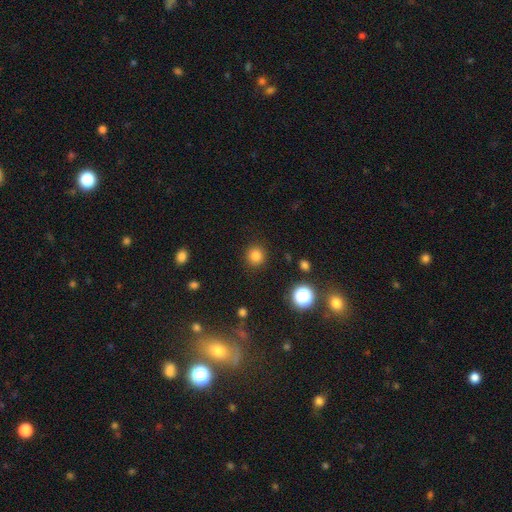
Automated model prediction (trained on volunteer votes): Smooth or featured? Predicted: smooth (p=0.82). How rounded? Predicted: round (p=0.92). Merging? Predicted: none (p=0.90).